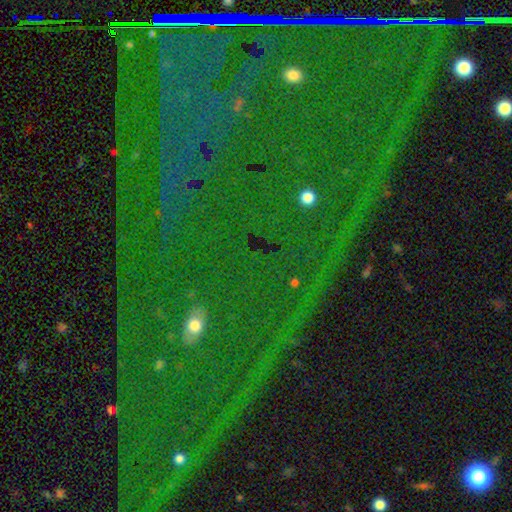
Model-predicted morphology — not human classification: A star or artifact, not a galaxy (81%).

Vote fractions:
- Smooth or featured? star or artifact: 81% / featured or disk: 10% / smooth: 9%